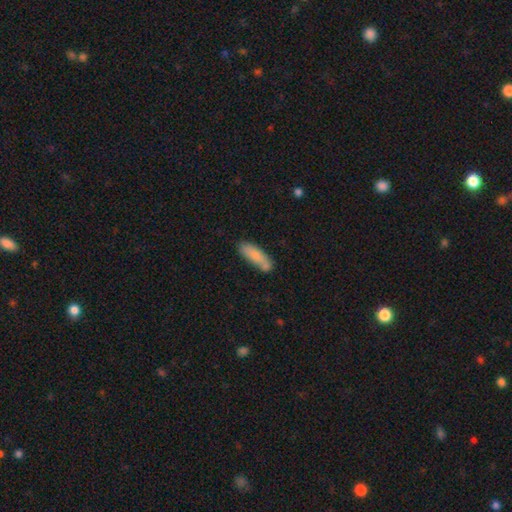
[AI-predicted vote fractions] The model was most divided on "how rounded": cigar-shaped: 51%, in between: 47%, round: 2%. More confident: smooth or featured — smooth (77%); merging — none (63%).